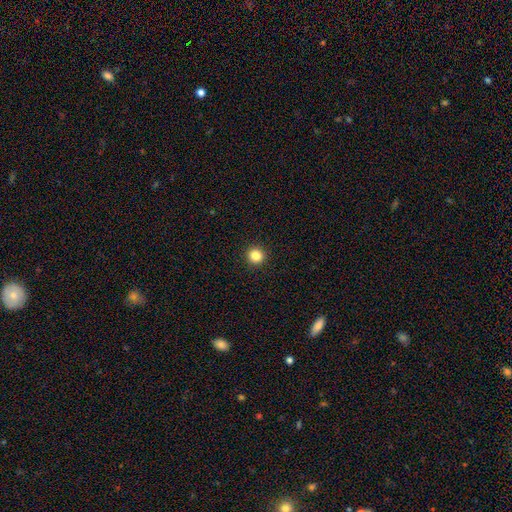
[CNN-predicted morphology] Overall: smooth (85%). How rounded: round (95%). Merging: none (94%).